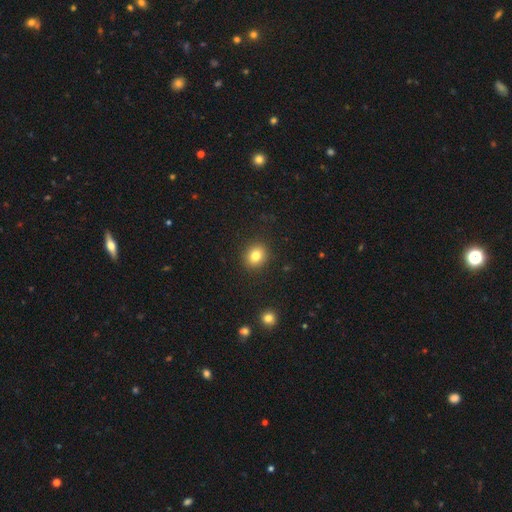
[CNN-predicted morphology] smooth-or-featured: smooth: 81% | star or artifact: 11% | featured or disk: 8%
  how-rounded: round: 71% | in between: 28% | cigar-shaped: 1%
  merging: none: 90% | minor disturbance: 6% | major disturbance: 2% | merger: 1%